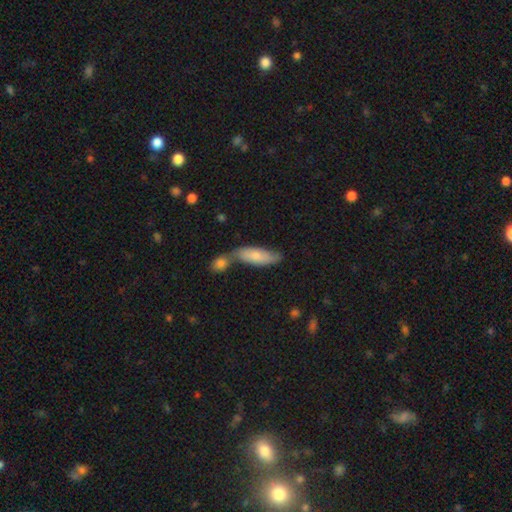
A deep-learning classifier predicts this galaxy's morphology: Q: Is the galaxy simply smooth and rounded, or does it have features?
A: smooth — 72%.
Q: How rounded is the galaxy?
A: in between — 62%.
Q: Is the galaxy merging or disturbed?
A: merger — 45%.